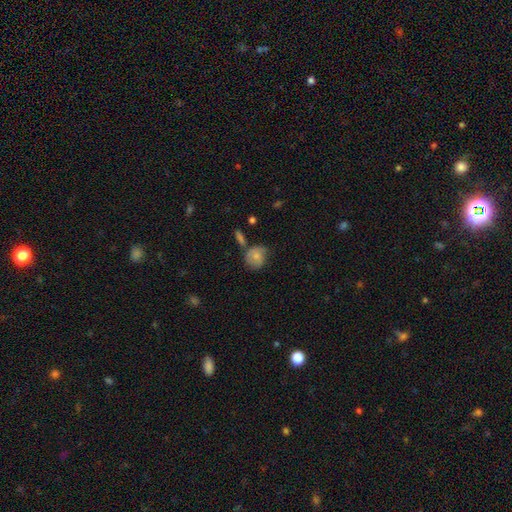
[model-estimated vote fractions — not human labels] A smooth galaxy with no disk features (68%) that is round (69%). Merging: none (48%).